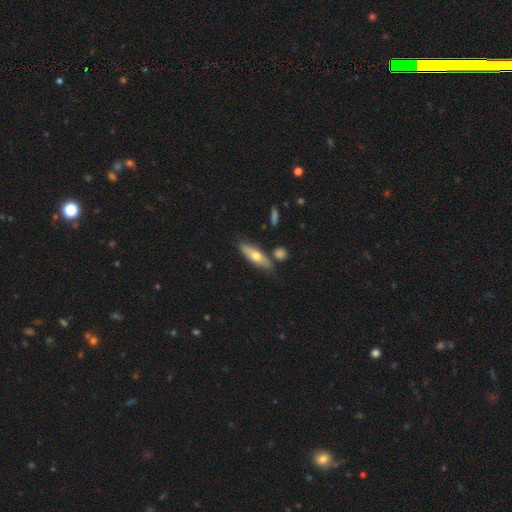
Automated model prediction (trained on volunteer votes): smooth 58%, featured or disk 36%, star or artifact 6%. Down the decision tree: how rounded — cigar-shaped (50%); merging — none (76%).